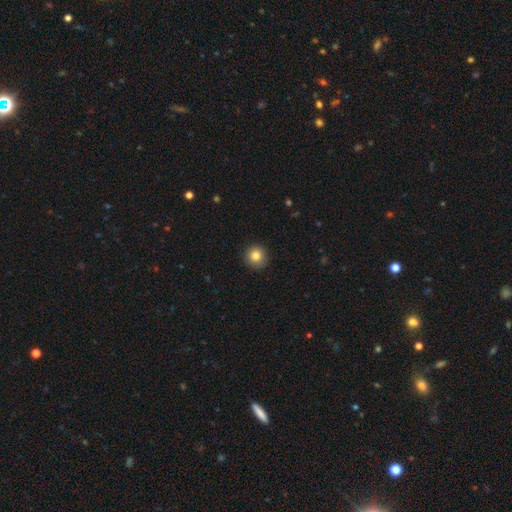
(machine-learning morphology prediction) Overall: smooth (84%). How rounded: round (94%). Merging: none (92%).